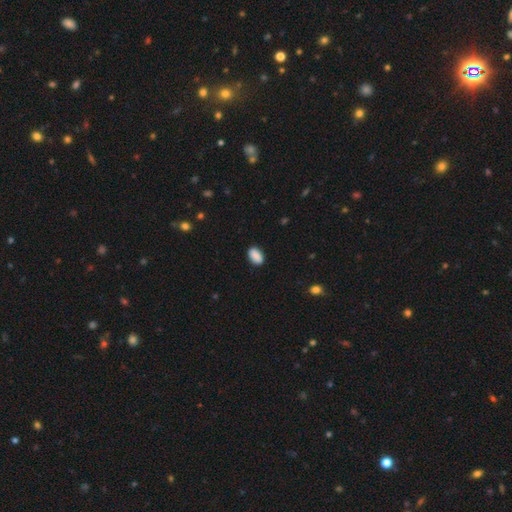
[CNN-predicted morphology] smooth-or-featured: smooth: 90% | star or artifact: 7% | featured or disk: 3%
  how-rounded: in between: 92% | round: 7% | cigar-shaped: 2%
  merging: none: 87% | minor disturbance: 10% | major disturbance: 2% | merger: 1%